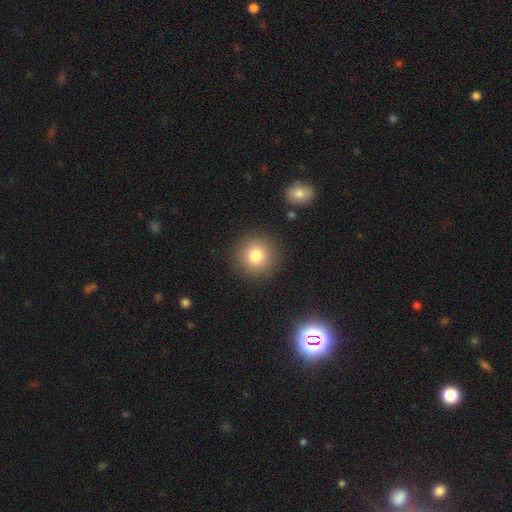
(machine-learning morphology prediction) Smooth or featured: smooth — 81% (star or artifact — 11%)
How rounded: round — 95% (in between — 4%)
Merging: none — 90% (minor disturbance — 6%)